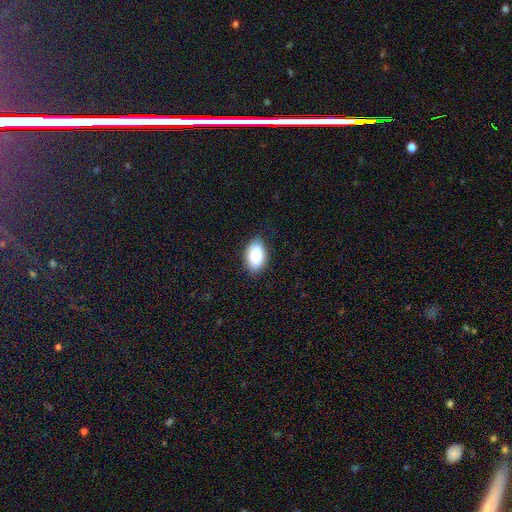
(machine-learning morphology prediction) Smooth or featured? smooth (83%)
How rounded? in between (92%)
Merging? none (83%)